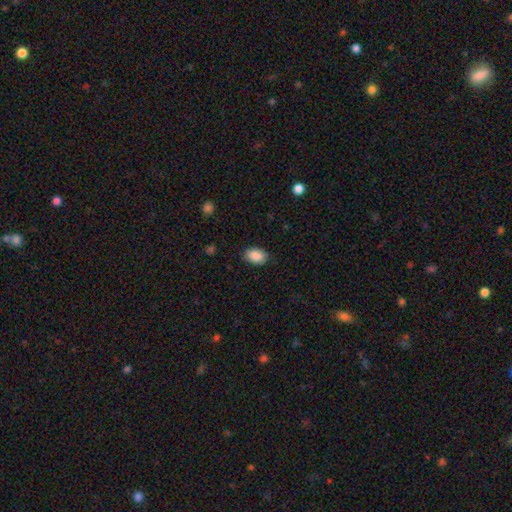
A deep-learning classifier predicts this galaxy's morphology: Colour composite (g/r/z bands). It shows a smooth galaxy with no disk features (89%) that is in between round and cigar-shaped (86%). Merging: none (86%).